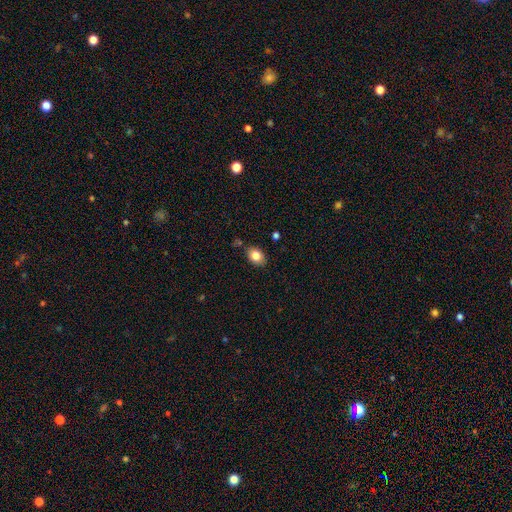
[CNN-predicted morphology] smooth_or_featured: smooth (p=0.83) [alt: featured or disk p=0.09]
how_rounded: in between (p=0.78) [alt: round p=0.21]
merging: none (p=0.82) [alt: minor disturbance p=0.12]